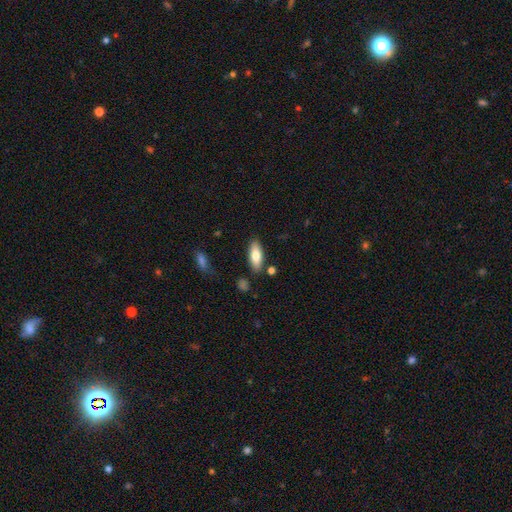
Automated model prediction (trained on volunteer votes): This is likely a smooth galaxy (78%). How rounded: likely in between (77%). Merging: clearly none (83%).